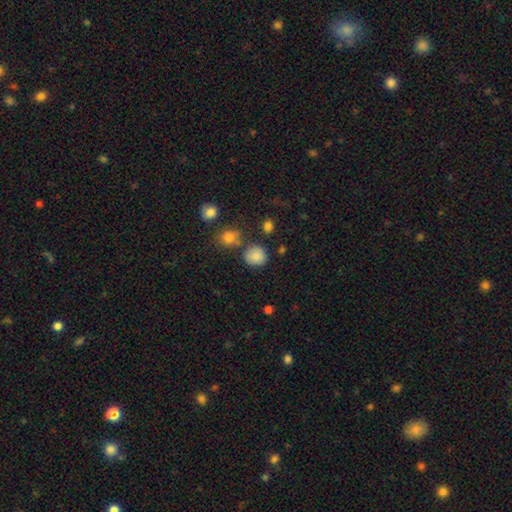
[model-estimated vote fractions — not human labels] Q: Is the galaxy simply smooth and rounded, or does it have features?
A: smooth — 83%.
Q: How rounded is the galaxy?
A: round — 83%.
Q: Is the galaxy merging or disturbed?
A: none — 74%.